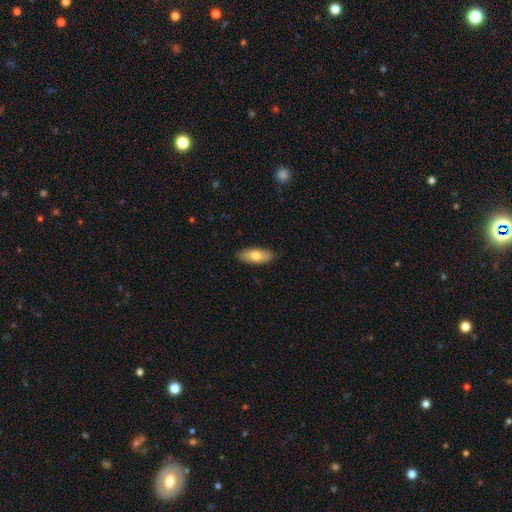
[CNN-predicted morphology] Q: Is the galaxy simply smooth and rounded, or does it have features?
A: smooth — 74%.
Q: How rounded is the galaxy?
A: in between — 82%.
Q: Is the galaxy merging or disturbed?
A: none — 88%.